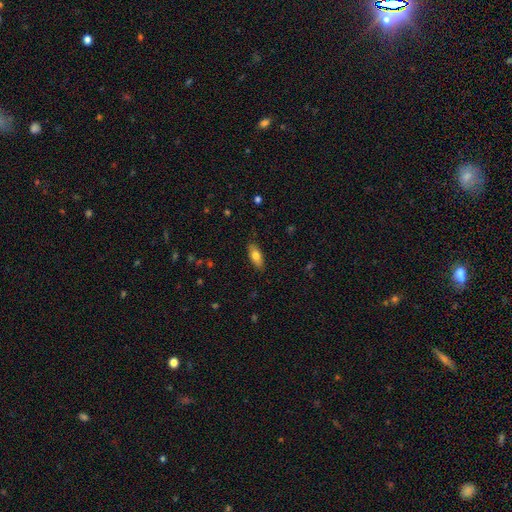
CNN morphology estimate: The model was most divided on "how rounded": in between: 77%, cigar-shaped: 20%, round: 3%. More confident: merging — none (87%); smooth or featured — smooth (75%).